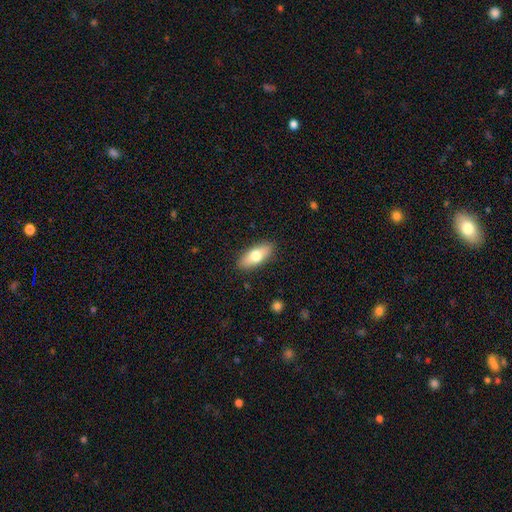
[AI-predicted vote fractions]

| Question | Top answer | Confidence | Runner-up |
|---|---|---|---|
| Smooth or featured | smooth | 71% | featured or disk (23%) |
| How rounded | in between | 78% | cigar-shaped (19%) |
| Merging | none | 88% | minor disturbance (9%) |